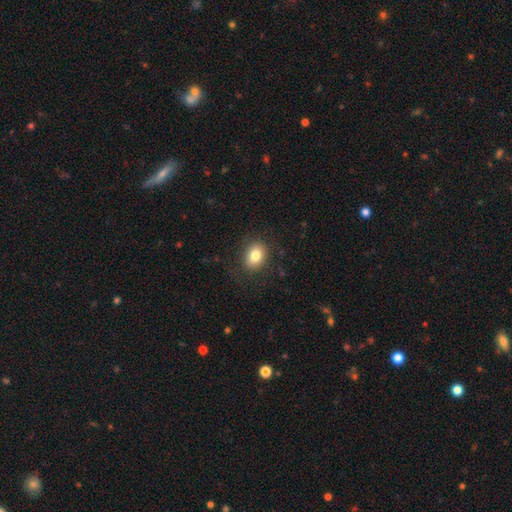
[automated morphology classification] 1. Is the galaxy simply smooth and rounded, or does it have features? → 81% smooth, 10% star or artifact, 9% featured or disk.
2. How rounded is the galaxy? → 60% in between, 39% round, 1% cigar-shaped.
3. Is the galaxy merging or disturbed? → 85% none, 10% minor disturbance, 4% major disturbance, 1% merger.